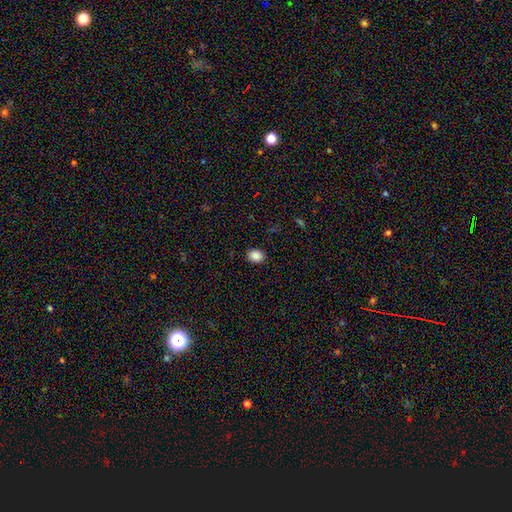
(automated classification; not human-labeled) smooth_or_featured: smooth (p=0.87) [alt: star or artifact p=0.09]
how_rounded: in between (p=0.57) [alt: round p=0.42]
merging: none (p=0.90) [alt: minor disturbance p=0.07]